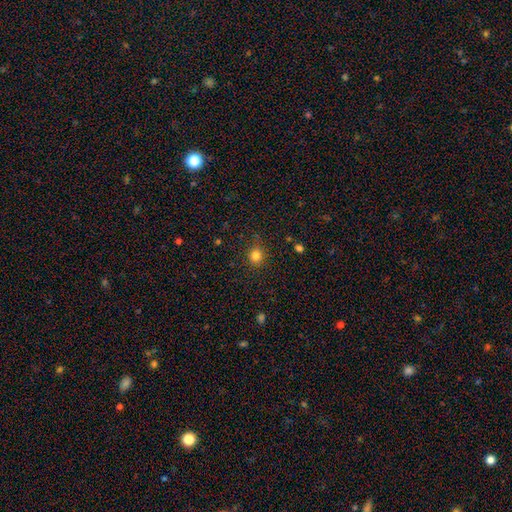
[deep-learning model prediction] Smooth or featured? Predicted: smooth (p=0.82). How rounded? Predicted: round (p=0.85). Merging? Predicted: none (p=0.85).